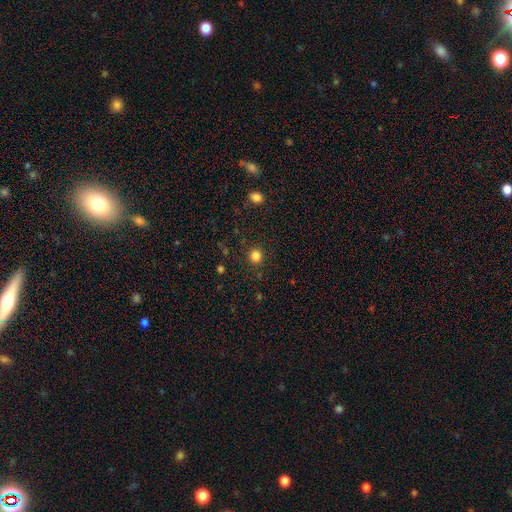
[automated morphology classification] Smooth or featured? Predicted: smooth (p=0.83). How rounded? Predicted: round (p=0.84). Merging? Predicted: none (p=0.89).